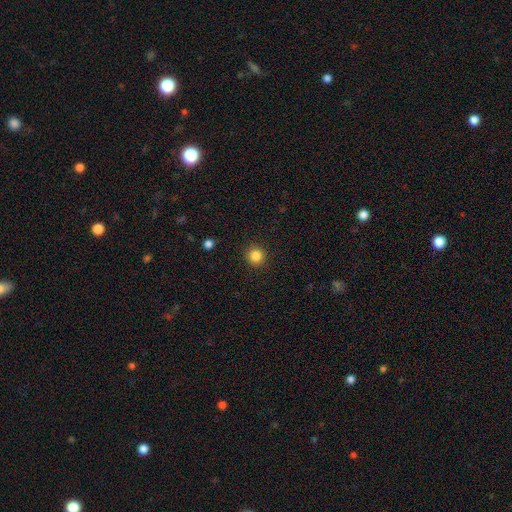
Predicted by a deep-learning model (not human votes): smooth 85%, star or artifact 11%, featured or disk 4%. Down the decision tree: how rounded — round (94%); merging — none (92%).